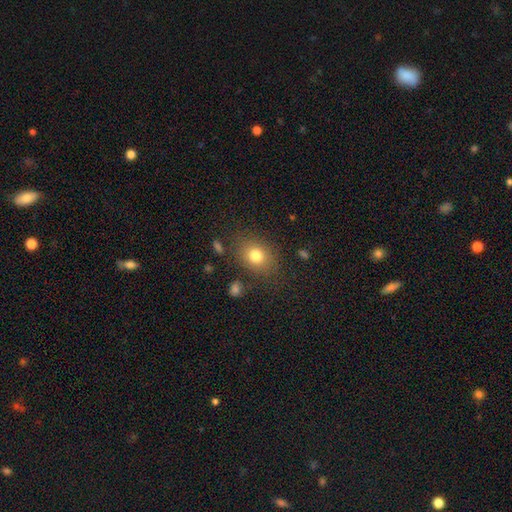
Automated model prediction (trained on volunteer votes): Smooth or featured? Predicted: smooth (p=0.79). How rounded? Predicted: in between (p=0.50). Merging? Predicted: none (p=0.80).